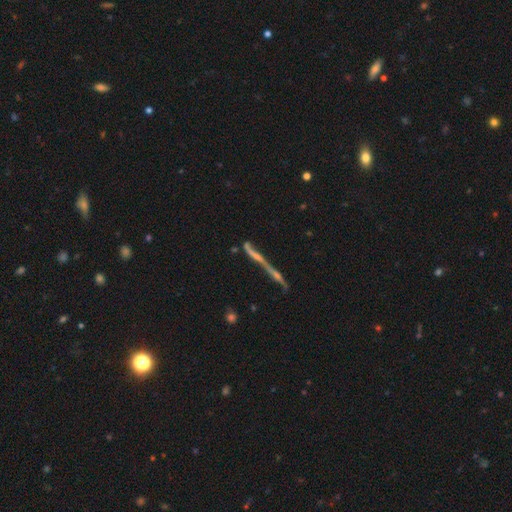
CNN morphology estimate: Smooth or featured? Predicted: featured or disk (p=0.62). Edge-on disk? Predicted: yes (p=0.81). Edge-on bulge? Predicted: none (p=0.62). Merging? Predicted: none (p=0.46).